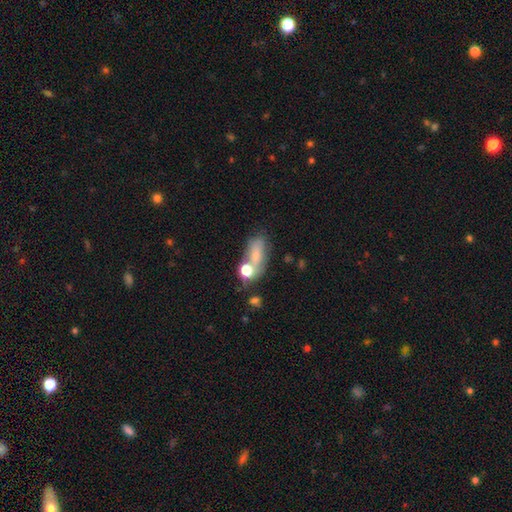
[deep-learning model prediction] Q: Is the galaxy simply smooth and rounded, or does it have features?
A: smooth — 64%.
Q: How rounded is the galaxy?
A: in between — 74%.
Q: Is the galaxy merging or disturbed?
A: none — 39%.